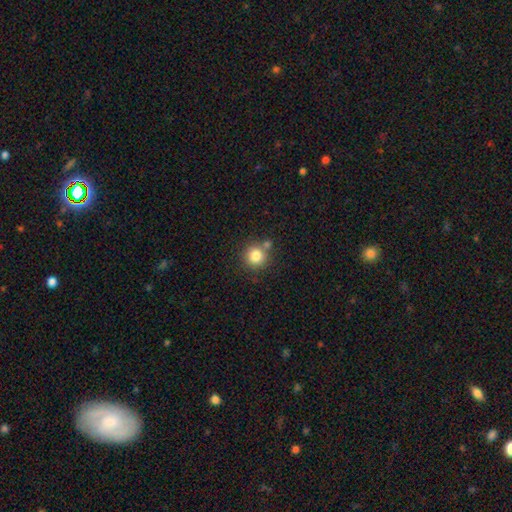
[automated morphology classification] This appears to be a smooth galaxy with no disk features (82%) that is round (93%). Merging: none (71%).